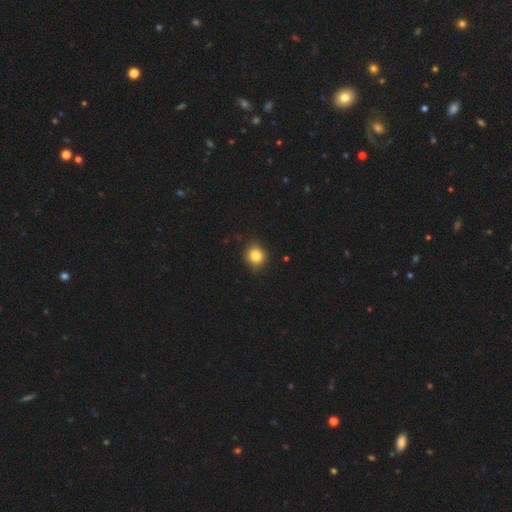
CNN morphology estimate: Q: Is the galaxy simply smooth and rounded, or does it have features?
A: smooth — 81%.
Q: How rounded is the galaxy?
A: round — 86%.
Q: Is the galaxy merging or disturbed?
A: none — 87%.